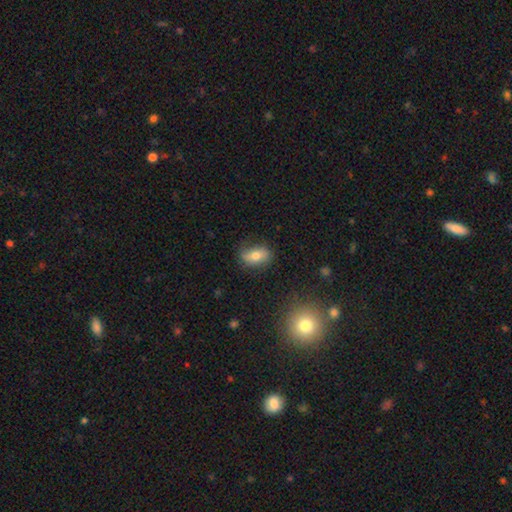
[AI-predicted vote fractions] smooth-or-featured: smooth: 64% | featured or disk: 26% | star or artifact: 10%
  how-rounded: in between: 83% | round: 12% | cigar-shaped: 5%
  merging: none: 73% | minor disturbance: 20% | major disturbance: 6% | merger: 2%